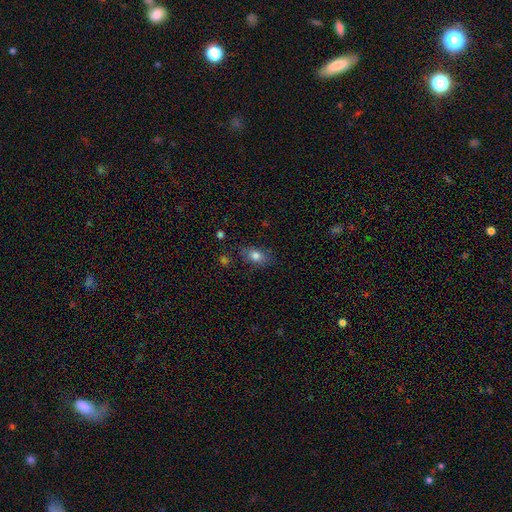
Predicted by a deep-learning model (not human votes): Morphology: type=smooth (80%); roundness=in between (76%); merging=none (78%).